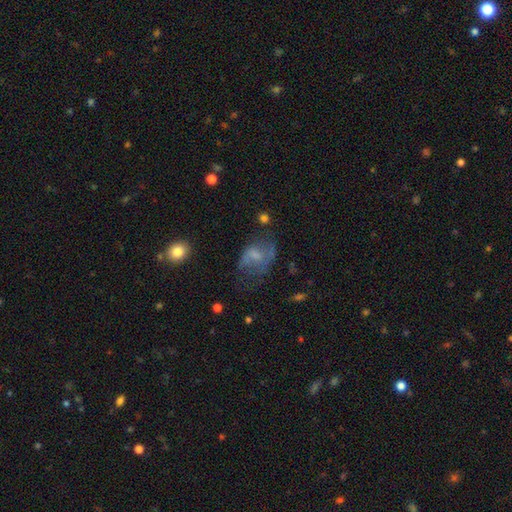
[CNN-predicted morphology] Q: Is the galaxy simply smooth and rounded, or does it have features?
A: featured or disk — 45%.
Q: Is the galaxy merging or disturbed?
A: major disturbance — 36%, tied with none.